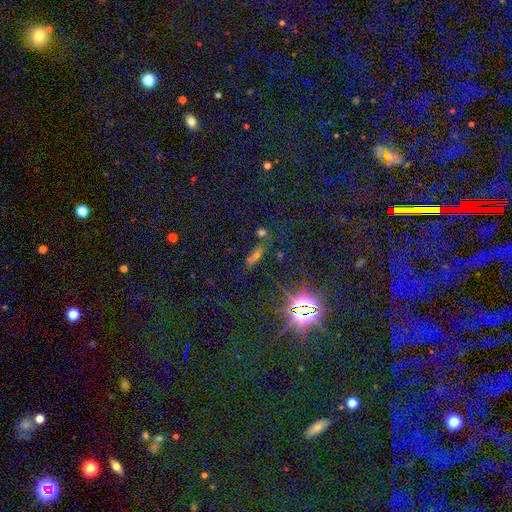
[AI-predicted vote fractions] Smooth or featured?
  - star or artifact: 54% *
  - smooth: 29%
  - featured or disk: 17%